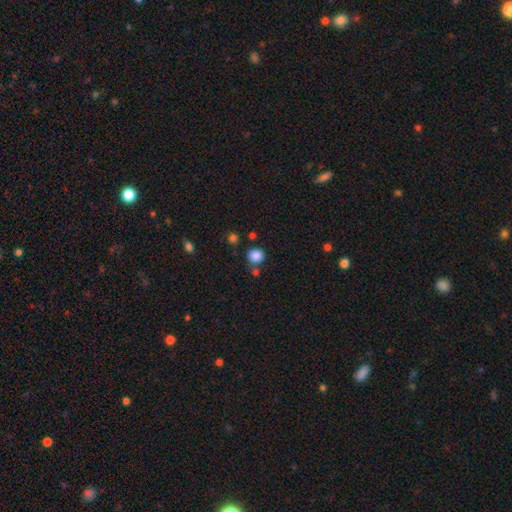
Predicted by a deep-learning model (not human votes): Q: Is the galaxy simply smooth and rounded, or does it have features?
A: smooth — 86%.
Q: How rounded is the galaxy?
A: round — 84%.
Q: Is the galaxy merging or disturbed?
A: none — 75%.